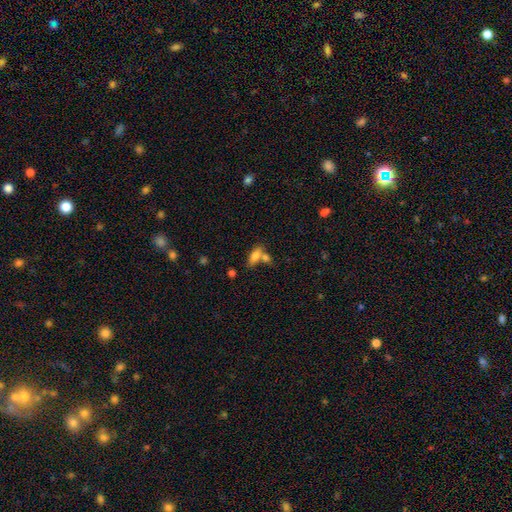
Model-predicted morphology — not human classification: smooth_or_featured: smooth (p=0.63) [alt: featured or disk p=0.20]
how_rounded: in between (p=0.72) [alt: cigar-shaped p=0.20]
merging: none (p=0.48) [alt: merger p=0.36]